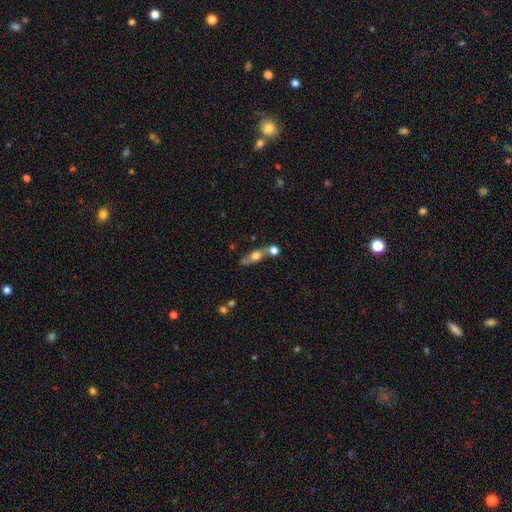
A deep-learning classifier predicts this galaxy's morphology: A smooth galaxy with no disk features (49%).

Vote fractions:
- Smooth or featured? smooth: 49% / featured or disk: 42% / star or artifact: 9%
- Merging? none: 50% / merger: 31% / minor disturbance: 13% / major disturbance: 6%